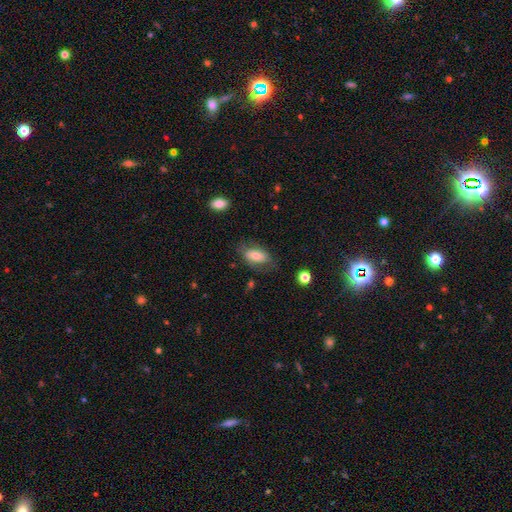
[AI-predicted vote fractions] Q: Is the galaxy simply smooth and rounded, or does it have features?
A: smooth — 66%.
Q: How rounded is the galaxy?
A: in between — 90%.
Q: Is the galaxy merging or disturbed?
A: none — 65%.